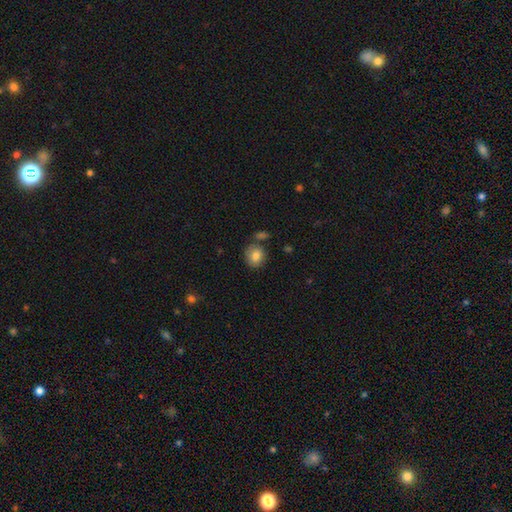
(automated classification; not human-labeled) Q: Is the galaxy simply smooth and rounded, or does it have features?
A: smooth — 83%.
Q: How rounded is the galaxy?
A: round — 73%.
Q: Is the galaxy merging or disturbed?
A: none — 72%.